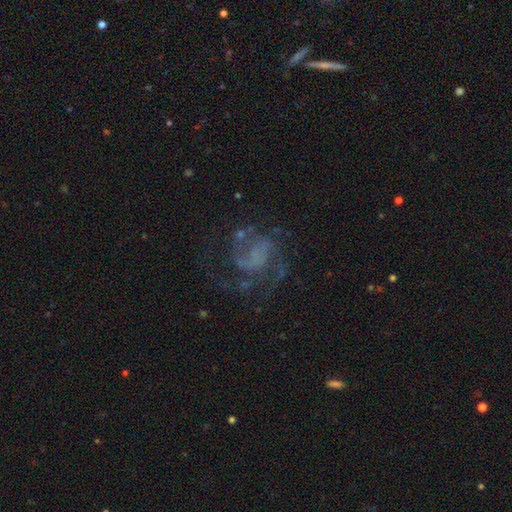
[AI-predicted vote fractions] smooth-or-featured: featured or disk: 75% | star or artifact: 13% | smooth: 12%
  disk-edge-on: no: 98% | yes: 2%
    bar: no: 60% | weak: 31% | strong: 9%
    has-spiral-arms: yes: 85% | no: 15%
      spiral-winding: medium: 47% | loose: 28% | tight: 25%
      spiral-arm-count: 2: 43% | can't tell: 21% | 3: 16% | 1: 12% | 4: 5% | more than 4: 4%
    bulge-size: none: 66% | small: 19% | moderate: 9% | large: 5% | dominant: 1%
  merging: none: 52% | major disturbance: 29% | minor disturbance: 16% | merger: 3%